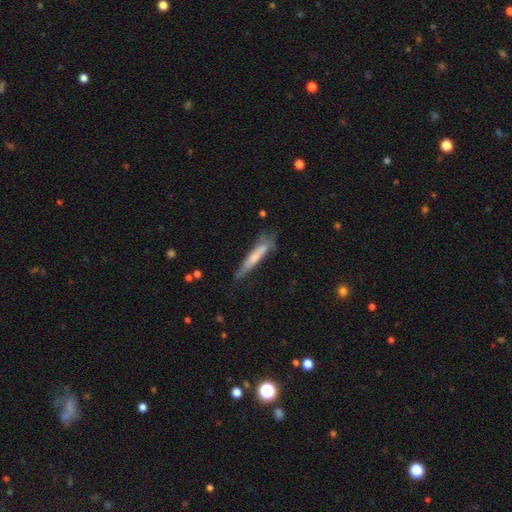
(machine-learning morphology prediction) smooth 58%, featured or disk 36%, star or artifact 7%. Down the decision tree: how rounded — cigar-shaped (91%); merging — none (54%).